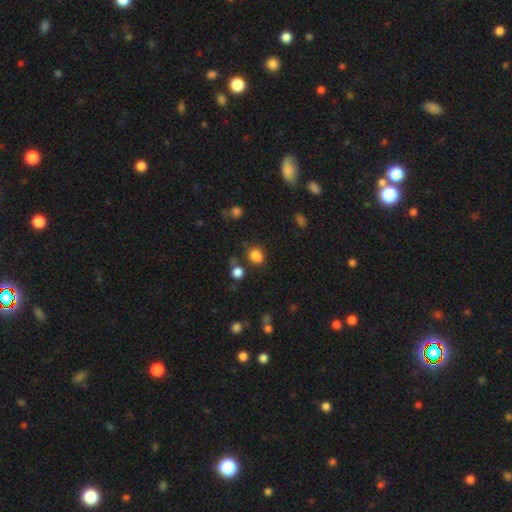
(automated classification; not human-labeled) This appears to be a smooth galaxy with no disk features (79%) that is round (53%). Merging: none (62%).